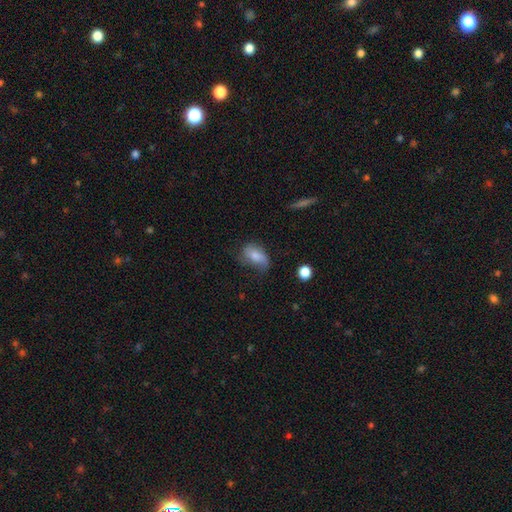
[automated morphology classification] This appears to be a smooth galaxy with no disk features (70%) that is in between round and cigar-shaped (87%). Merging: none (45%).